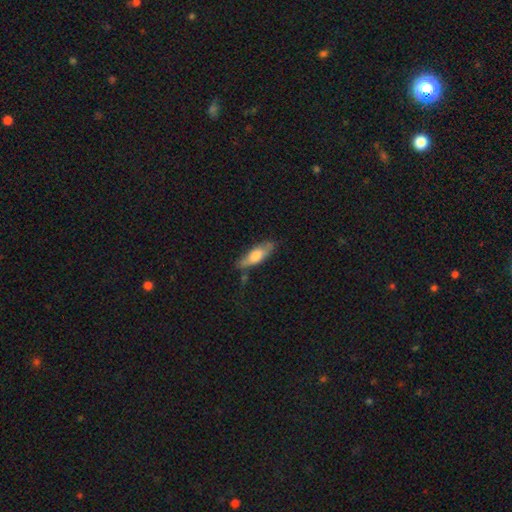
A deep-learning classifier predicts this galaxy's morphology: A smooth galaxy with no disk features (66%) that is in between round and cigar-shaped (54%). Merging: none (68%).